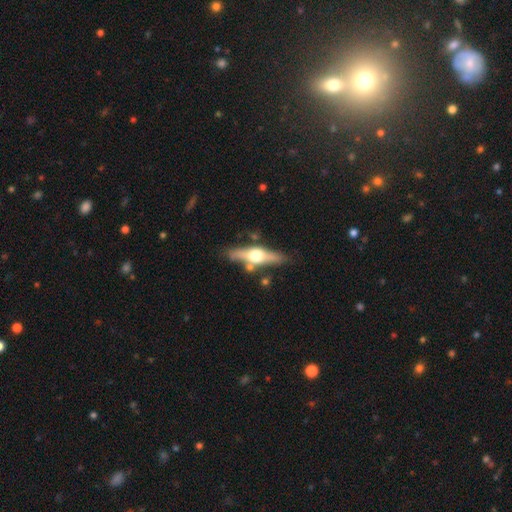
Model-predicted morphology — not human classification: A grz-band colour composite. It shows a featured or disk galaxy (69%) viewed edge-on (94%) with a rounded central bulge (95%). Merging: none (78%).